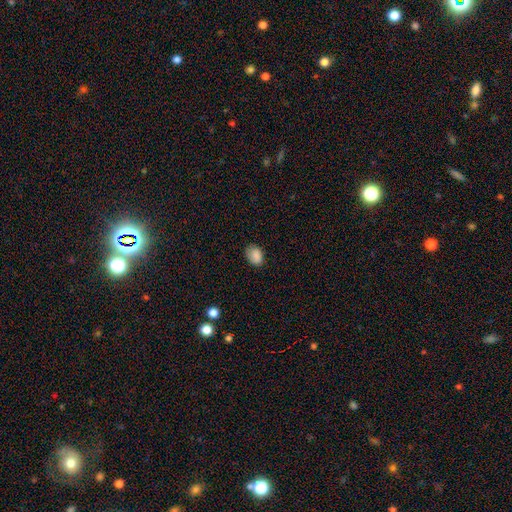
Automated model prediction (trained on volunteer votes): A smooth galaxy with no disk features (87%) that is in between round and cigar-shaped (78%).

Vote fractions:
- Smooth or featured? smooth: 87% / star or artifact: 9% / featured or disk: 4%
- How rounded? in between: 78% / round: 21% / cigar-shaped: 1%
- Merging? none: 77% / minor disturbance: 19% / major disturbance: 4% / merger: 1%